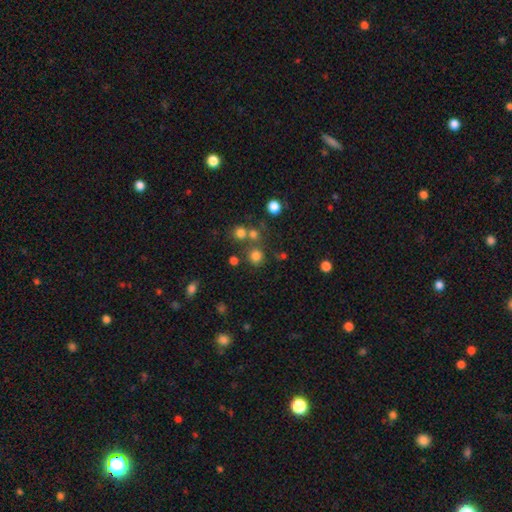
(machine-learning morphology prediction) This is likely a smooth galaxy (75%). How rounded: clearly round (91%). Merging: likely none (71%).